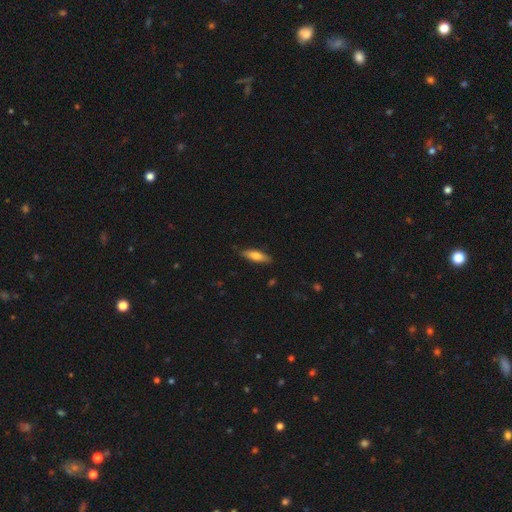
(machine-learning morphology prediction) Smooth or featured?
  - smooth: 68% *
  - featured or disk: 26%
  - star or artifact: 6%
How rounded?
  - cigar-shaped: 61% *
  - in between: 37%
  - round: 2%
Merging?
  - none: 84% *
  - minor disturbance: 13%
  - major disturbance: 2%
  - merger: 1%